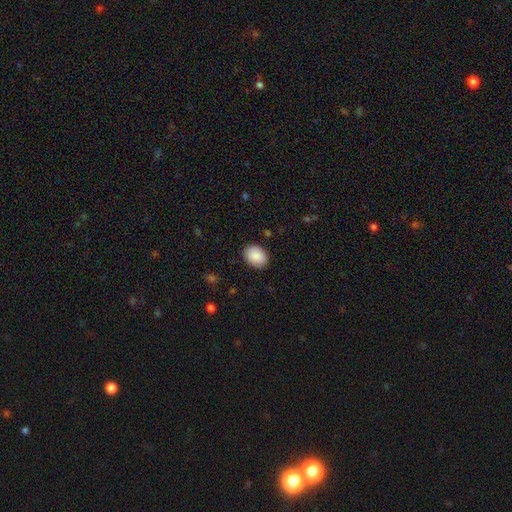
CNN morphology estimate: smooth_or_featured: smooth (p=0.89) [alt: star or artifact p=0.06]
how_rounded: in between (p=0.67) [alt: round p=0.32]
merging: none (p=0.87) [alt: minor disturbance p=0.09]